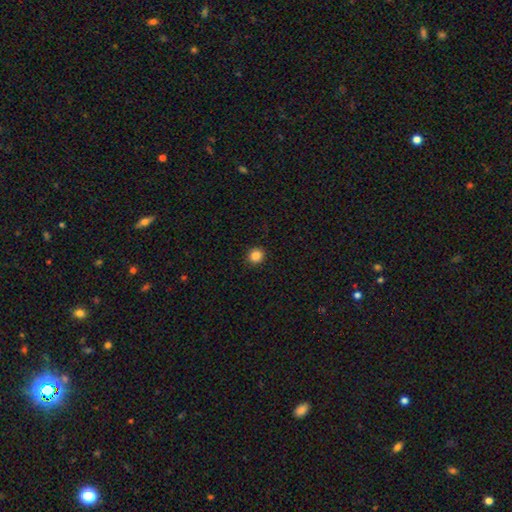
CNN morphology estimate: This is clearly a smooth galaxy (86%). How rounded: clearly round (87%). Merging: clearly none (92%).